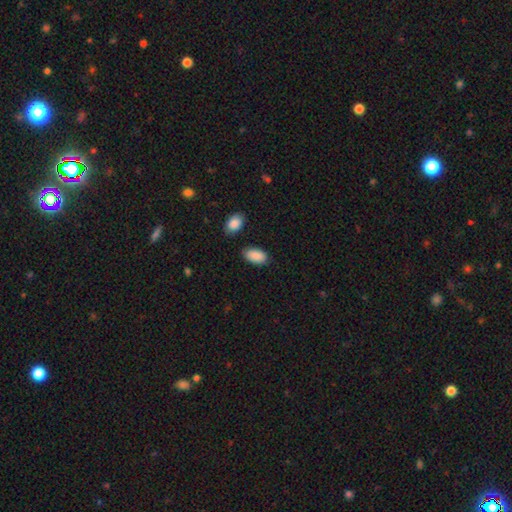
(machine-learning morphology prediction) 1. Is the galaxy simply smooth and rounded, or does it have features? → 90% smooth, 6% star or artifact, 4% featured or disk.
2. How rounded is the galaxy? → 95% in between, 3% round, 2% cigar-shaped.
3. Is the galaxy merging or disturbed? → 83% none, 11% minor disturbance, 3% merger, 3% major disturbance.